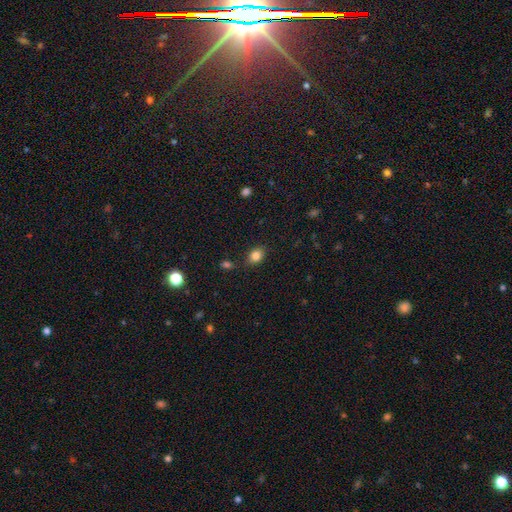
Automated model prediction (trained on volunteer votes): Smooth or featured?
  - smooth: 84% *
  - star or artifact: 11%
  - featured or disk: 6%
How rounded?
  - in between: 60% *
  - round: 39%
  - cigar-shaped: 1%
Merging?
  - none: 81% *
  - minor disturbance: 12%
  - merger: 3%
  - major disturbance: 3%